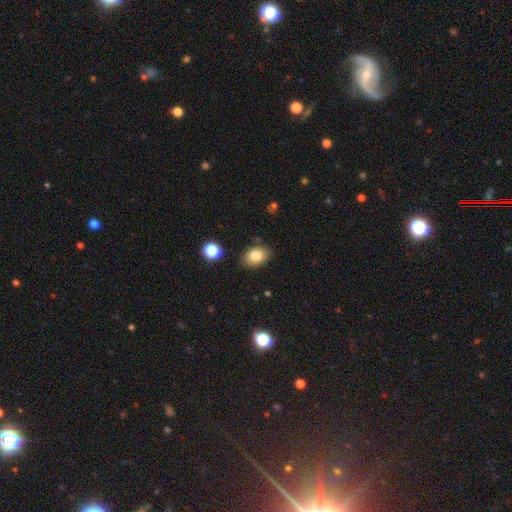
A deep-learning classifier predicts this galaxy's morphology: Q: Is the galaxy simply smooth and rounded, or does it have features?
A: smooth — 82%.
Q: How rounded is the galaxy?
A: in between — 85%.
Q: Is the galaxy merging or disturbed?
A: none — 83%.